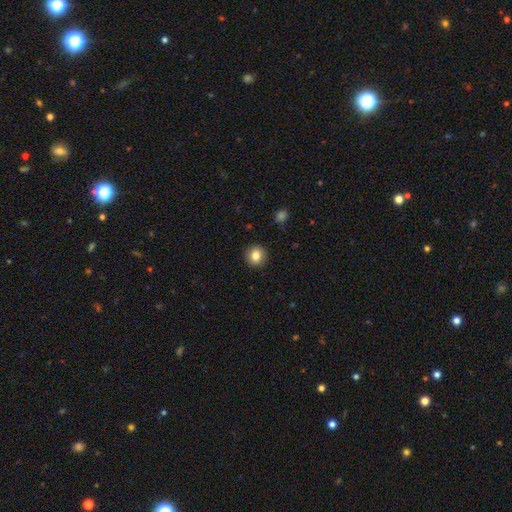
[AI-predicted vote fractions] Smooth or featured? smooth (83%)
How rounded? round (94%)
Merging? none (92%)